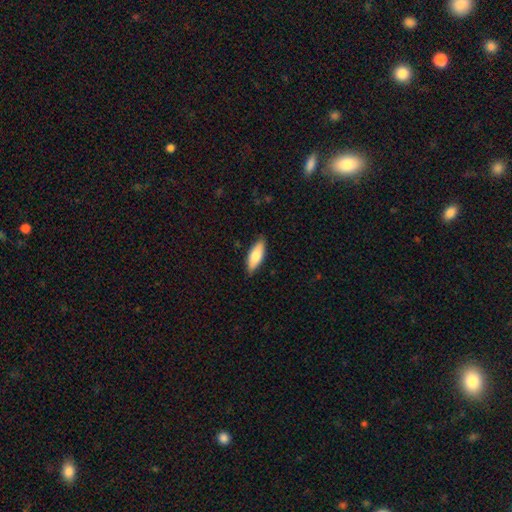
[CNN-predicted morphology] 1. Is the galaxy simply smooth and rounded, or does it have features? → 74% smooth, 21% featured or disk, 6% star or artifact.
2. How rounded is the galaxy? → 68% in between, 30% cigar-shaped, 2% round.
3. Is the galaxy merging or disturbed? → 85% none, 12% minor disturbance, 2% major disturbance, 1% merger.